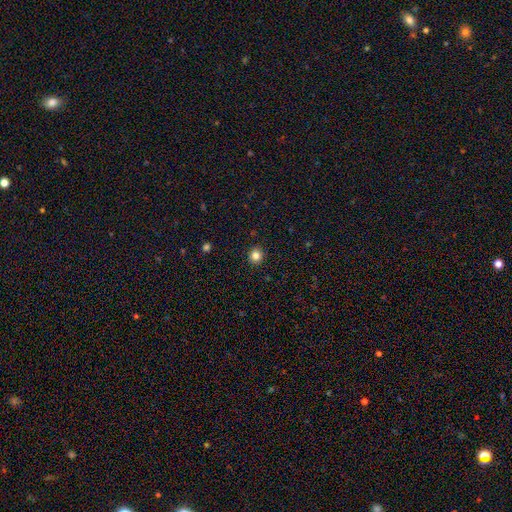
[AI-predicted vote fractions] Smooth or featured: smooth — 83% (star or artifact — 11%)
How rounded: round — 90% (in between — 9%)
Merging: none — 92% (minor disturbance — 5%)